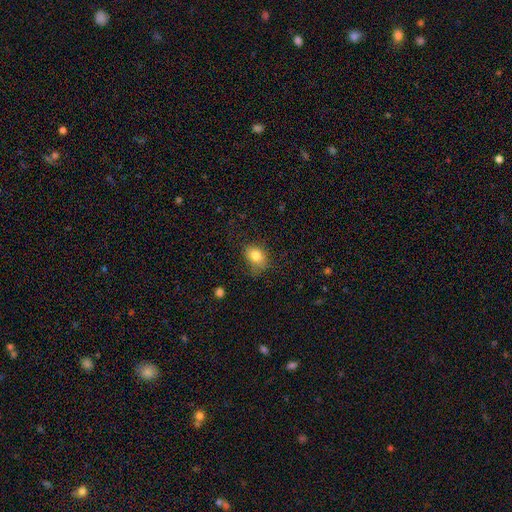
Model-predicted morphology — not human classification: smooth_or_featured: smooth (p=0.81) [alt: star or artifact p=0.11]
how_rounded: in between (p=0.68) [alt: round p=0.31]
merging: none (p=0.64) [alt: minor disturbance p=0.25]